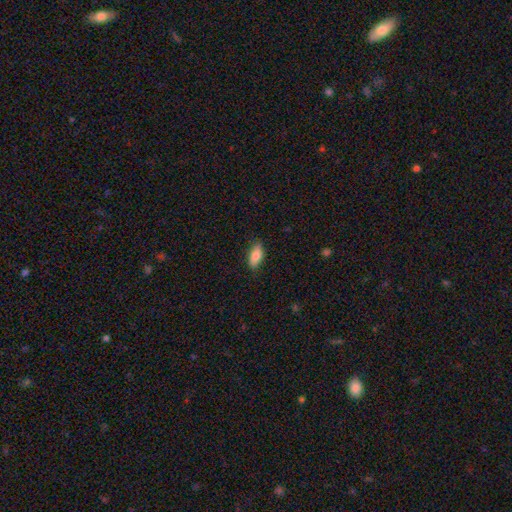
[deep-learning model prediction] Smooth or featured?
  - smooth: 82% *
  - featured or disk: 12%
  - star or artifact: 6%
How rounded?
  - in between: 83% *
  - cigar-shaped: 14%
  - round: 3%
Merging?
  - none: 84% *
  - minor disturbance: 12%
  - major disturbance: 2%
  - merger: 1%